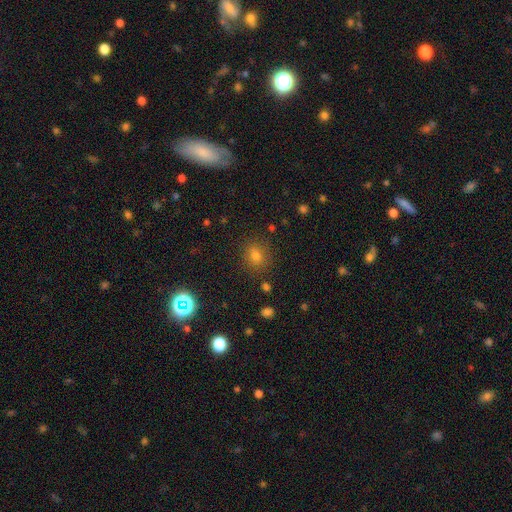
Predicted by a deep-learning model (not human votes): Smooth or featured? Predicted: smooth (p=0.69). How rounded? Predicted: round (p=0.73). Merging? Predicted: none (p=0.86).